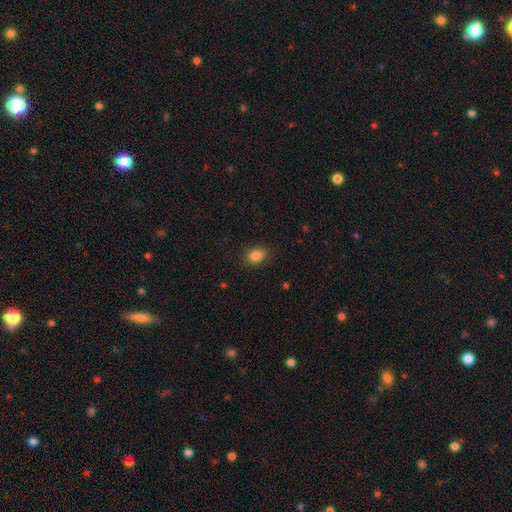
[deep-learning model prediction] The model was most divided on "how rounded": in between: 70%, round: 29%, cigar-shaped: 1%. More confident: merging — none (86%); smooth or featured — smooth (86%).